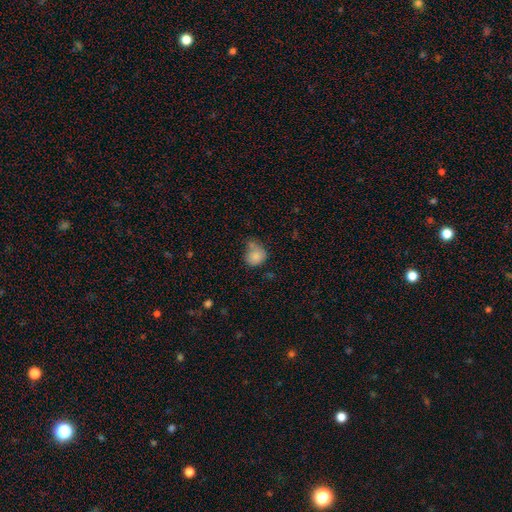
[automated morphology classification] smooth 82%, star or artifact 9%, featured or disk 9%. Down the decision tree: how rounded — round (72%); merging — none (46%).